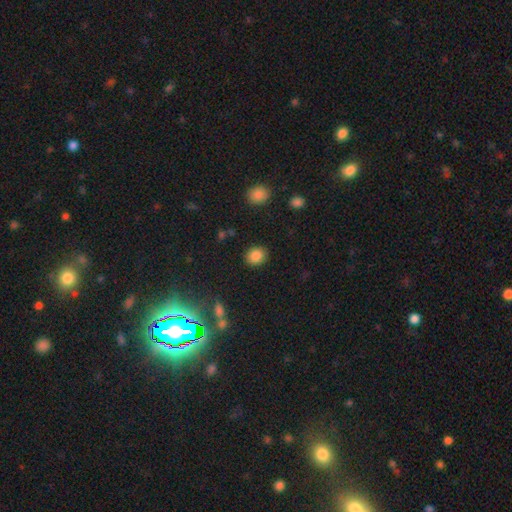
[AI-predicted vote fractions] The model was most divided on "how rounded": round: 70%, in between: 29%, cigar-shaped: 1%. More confident: merging — none (88%); smooth or featured — smooth (85%).